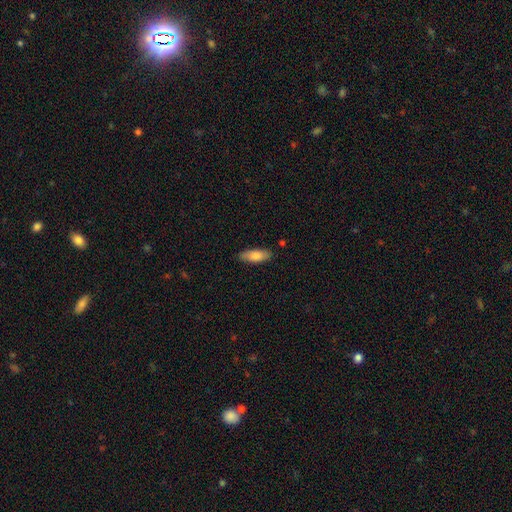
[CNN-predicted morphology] A smooth galaxy with no disk features (82%) that is in between round and cigar-shaped (68%). Merging: none (85%).